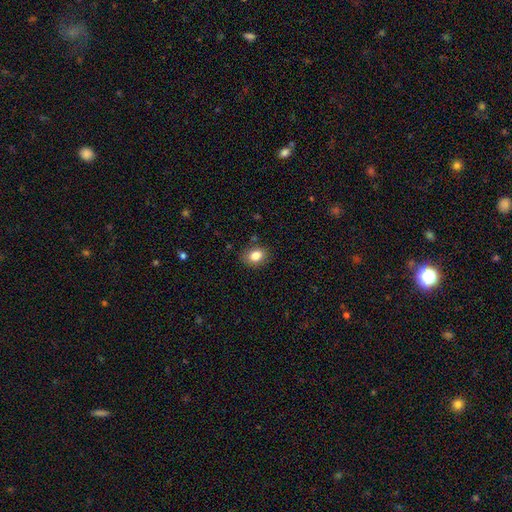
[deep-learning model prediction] Q: Smooth or featured?
A: smooth (83%); runner-up: star or artifact (10%)
Q: How rounded?
A: in between (62%); runner-up: round (37%)
Q: Merging?
A: none (83%); runner-up: minor disturbance (12%)